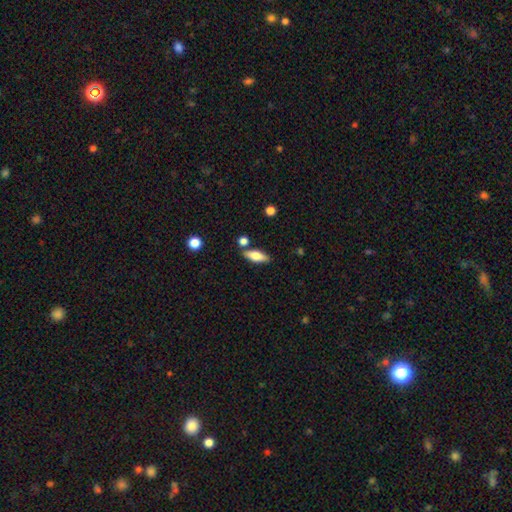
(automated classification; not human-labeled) Smooth or featured?
  - smooth: 72% *
  - featured or disk: 21%
  - star or artifact: 7%
How rounded?
  - in between: 69% *
  - cigar-shaped: 28%
  - round: 3%
Merging?
  - none: 78% *
  - minor disturbance: 11%
  - merger: 8%
  - major disturbance: 3%